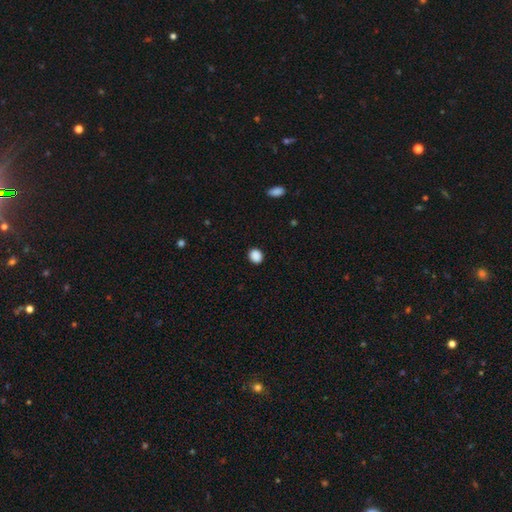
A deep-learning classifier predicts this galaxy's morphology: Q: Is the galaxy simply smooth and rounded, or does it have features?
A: smooth — 88%.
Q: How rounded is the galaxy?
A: round — 68%.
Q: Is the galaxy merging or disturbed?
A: none — 90%.